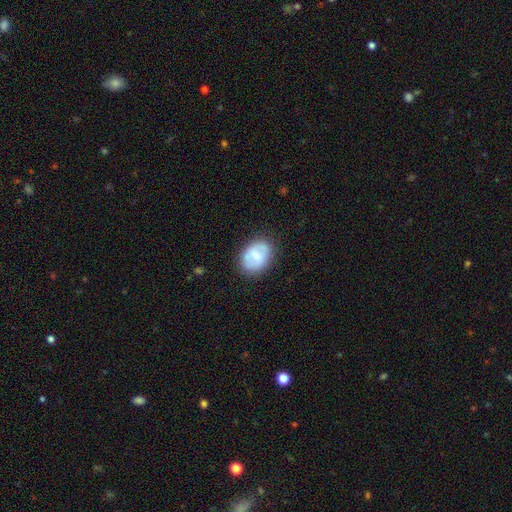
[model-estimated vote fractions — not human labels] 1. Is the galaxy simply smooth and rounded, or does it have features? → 60% smooth, 33% featured or disk, 7% star or artifact.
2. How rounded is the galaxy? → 71% in between, 28% round, 1% cigar-shaped.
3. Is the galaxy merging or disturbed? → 82% none, 14% minor disturbance, 4% major disturbance, 1% merger.